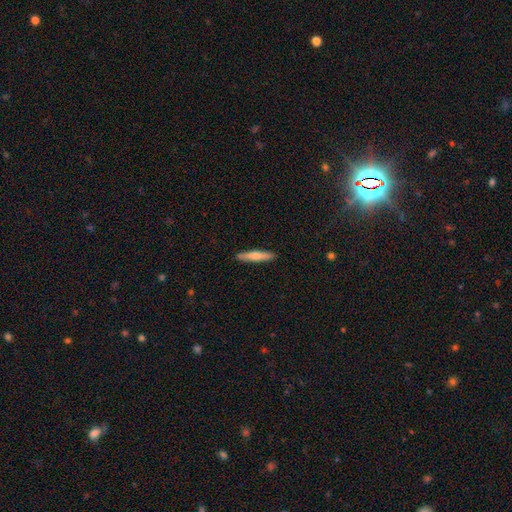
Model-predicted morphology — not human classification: smooth-or-featured: smooth: 66% | featured or disk: 28% | star or artifact: 5%
  how-rounded: cigar-shaped: 90% | in between: 8% | round: 1%
  merging: none: 90% | minor disturbance: 7% | major disturbance: 1% | merger: 1%